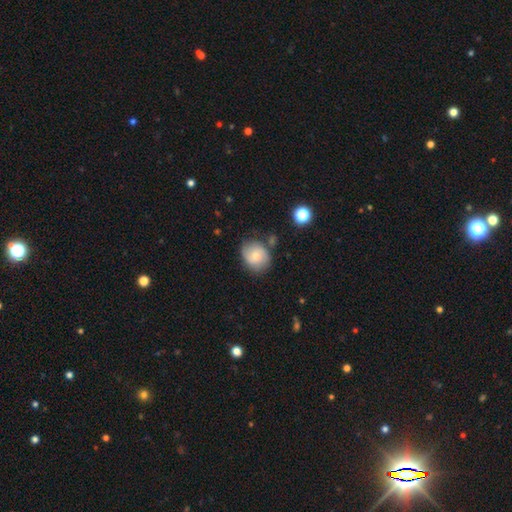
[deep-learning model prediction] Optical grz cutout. It shows a smooth galaxy with no disk features (56%) that is round (67%). Merging: none (68%).